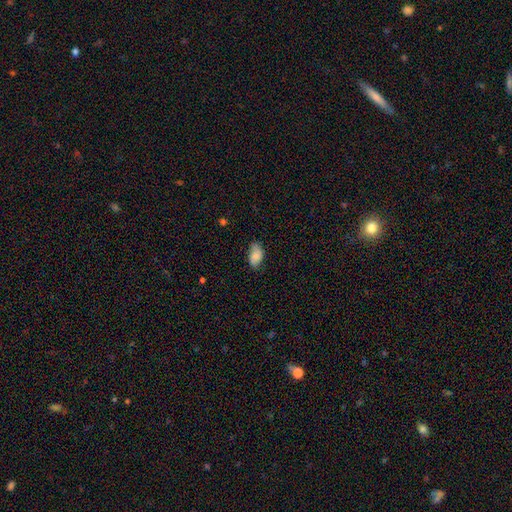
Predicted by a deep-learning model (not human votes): Smooth or featured? smooth (79%)
How rounded? in between (93%)
Merging? none (70%)